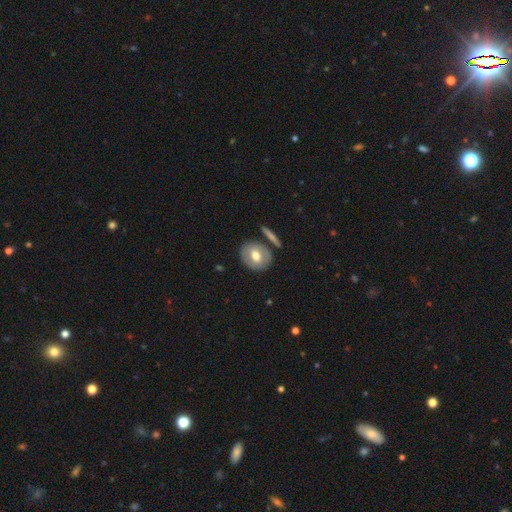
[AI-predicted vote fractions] Smooth or featured? smooth (54%)
How rounded? round (58%)
Merging? none (77%)